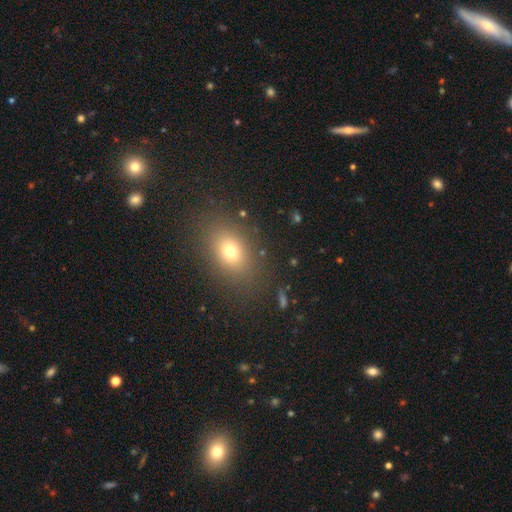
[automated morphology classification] smooth-or-featured: smooth: 64% | star or artifact: 26% | featured or disk: 10%
  how-rounded: in between: 72% | round: 25% | cigar-shaped: 2%
  merging: none: 87% | minor disturbance: 8% | major disturbance: 3% | merger: 2%